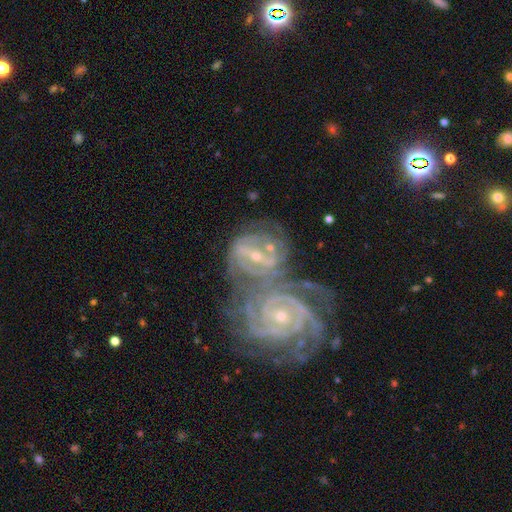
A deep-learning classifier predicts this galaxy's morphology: smooth-or-featured: featured or disk: 90% | star or artifact: 6% | smooth: 5%
  disk-edge-on: no: 96% | yes: 4%
    bar: strong: 48% | weak: 30% | no: 23%
    has-spiral-arms: yes: 97% | no: 3%
      spiral-winding: tight: 70% | medium: 25% | loose: 4%
      spiral-arm-count: 2: 28% | 3: 26% | can't tell: 24% | 4: 12% | more than 4: 6% | 1: 5%
    bulge-size: small: 63% | moderate: 33% | none: 2% | large: 1% | dominant: 1%
  merging: merger: 69% | none: 16% | minor disturbance: 8% | major disturbance: 7%